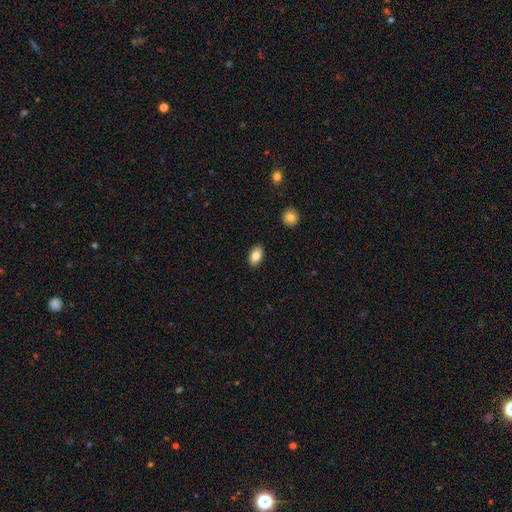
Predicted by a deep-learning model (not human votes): Overall: smooth (84%). How rounded: in between (91%). Merging: none (90%).